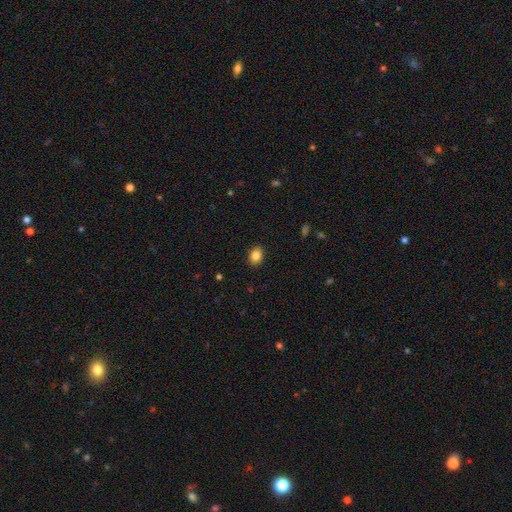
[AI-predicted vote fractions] This appears to be a smooth galaxy with no disk features (85%) that is in between round and cigar-shaped (59%). Merging: none (90%).